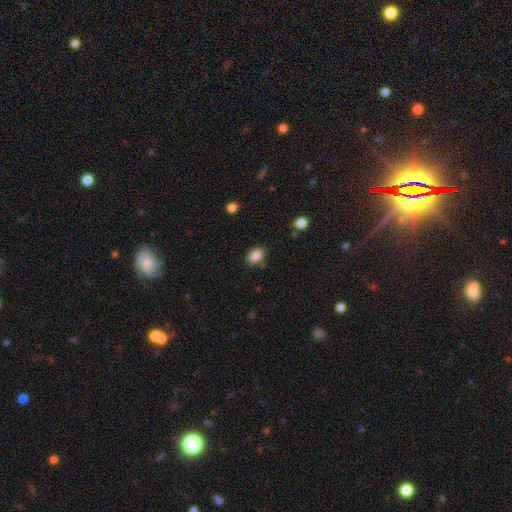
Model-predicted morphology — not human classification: Smooth or featured?
  - smooth: 86% *
  - star or artifact: 9%
  - featured or disk: 5%
How rounded?
  - in between: 81% *
  - round: 18%
  - cigar-shaped: 1%
Merging?
  - none: 83% *
  - minor disturbance: 11%
  - major disturbance: 3%
  - merger: 3%